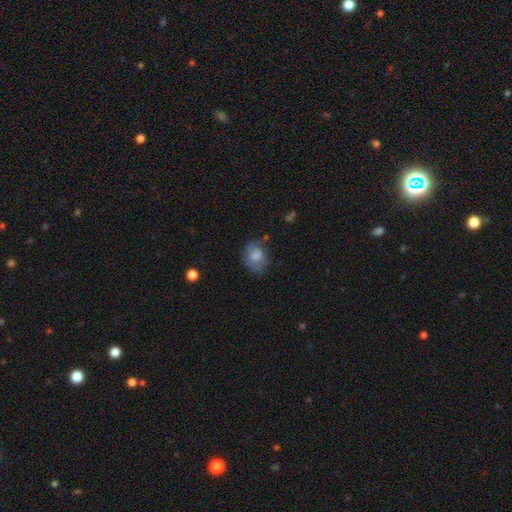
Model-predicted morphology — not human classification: Smooth or featured? smooth (70%)
How rounded? in between (56%)
Merging? none (56%)